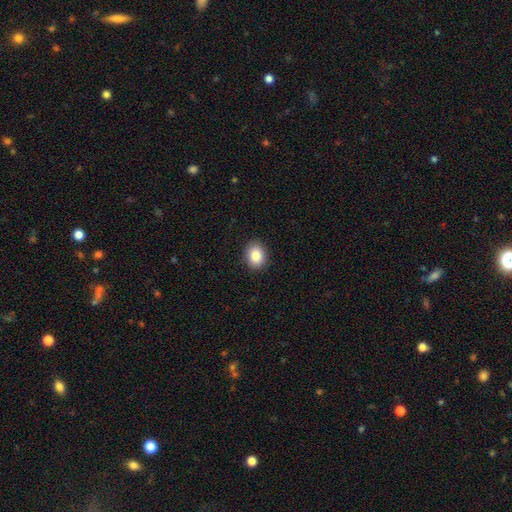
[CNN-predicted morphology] A smooth galaxy with no disk features (85%) that is in between round and cigar-shaped (55%). Merging: none (90%).